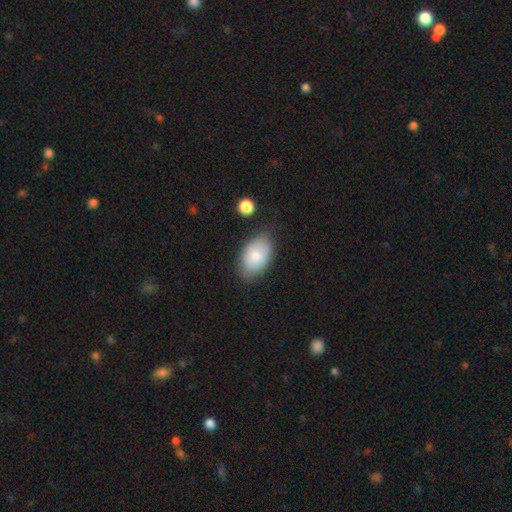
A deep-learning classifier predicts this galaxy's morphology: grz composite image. It shows a smooth galaxy with no disk features (79%) that is in between round and cigar-shaped (91%). Merging: none (73%).